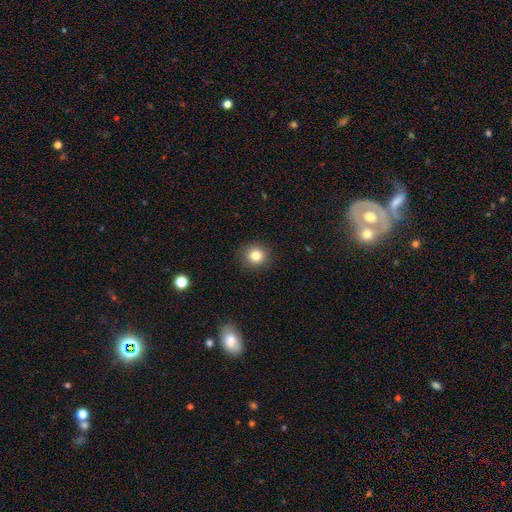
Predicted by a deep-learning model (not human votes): This is clearly a smooth galaxy (82%). How rounded: clearly round (90%). Merging: clearly none (90%).